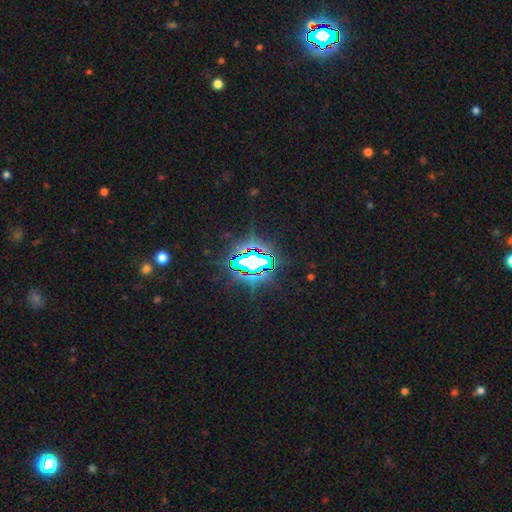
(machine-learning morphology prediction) Overall: star or artifact (83%).